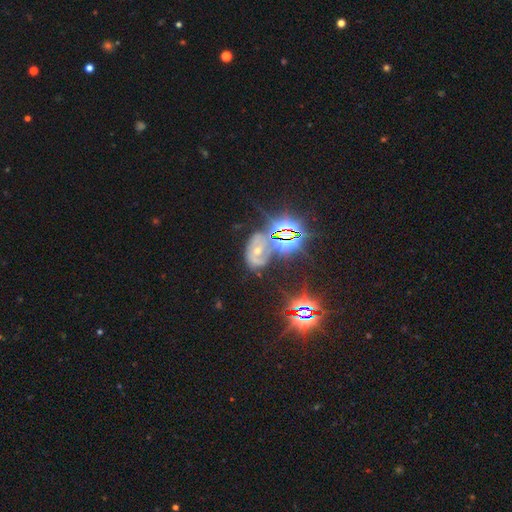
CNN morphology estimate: smooth-or-featured: star or artifact: 51% | featured or disk: 36% | smooth: 13%